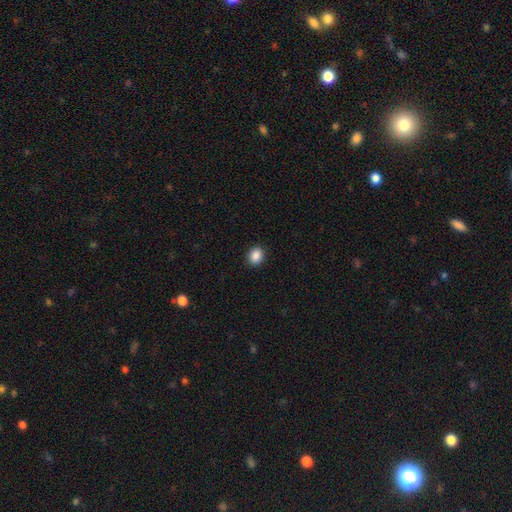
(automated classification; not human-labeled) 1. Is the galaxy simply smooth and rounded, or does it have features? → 88% smooth, 9% star or artifact, 3% featured or disk.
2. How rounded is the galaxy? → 55% round, 44% in between, 1% cigar-shaped.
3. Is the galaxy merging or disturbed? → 91% none, 6% minor disturbance, 2% major disturbance, 1% merger.